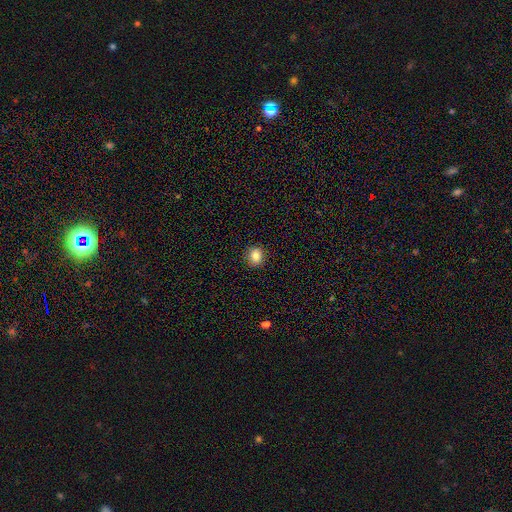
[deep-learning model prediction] This appears to be a smooth galaxy with no disk features (82%) that is round (74%). Merging: none (90%).